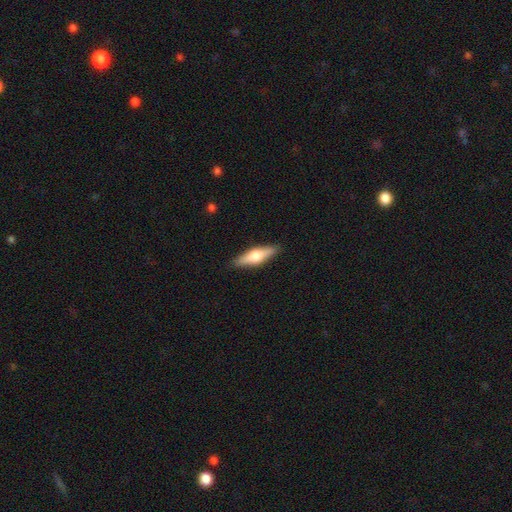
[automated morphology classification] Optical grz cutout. It shows a smooth galaxy with no disk features (50%). Merging: none (89%).